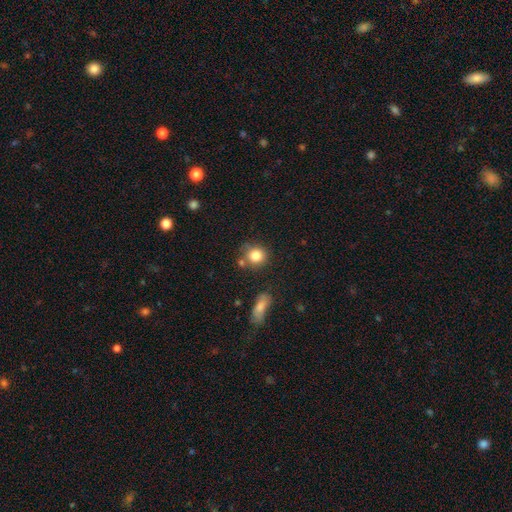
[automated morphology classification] Q: Smooth or featured?
A: smooth (83%); runner-up: star or artifact (10%)
Q: How rounded?
A: round (84%); runner-up: in between (15%)
Q: Merging?
A: none (68%); runner-up: minor disturbance (16%)